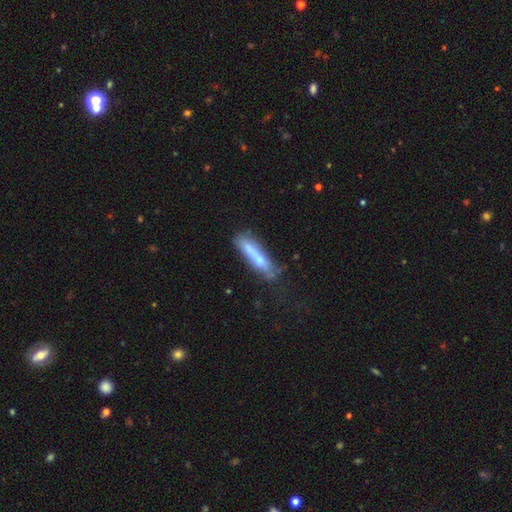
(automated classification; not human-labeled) smooth-or-featured: smooth: 61% | featured or disk: 32% | star or artifact: 8%
  how-rounded: cigar-shaped: 81% | in between: 17% | round: 2%
  merging: none: 52% | minor disturbance: 26% | major disturbance: 13% | merger: 9%